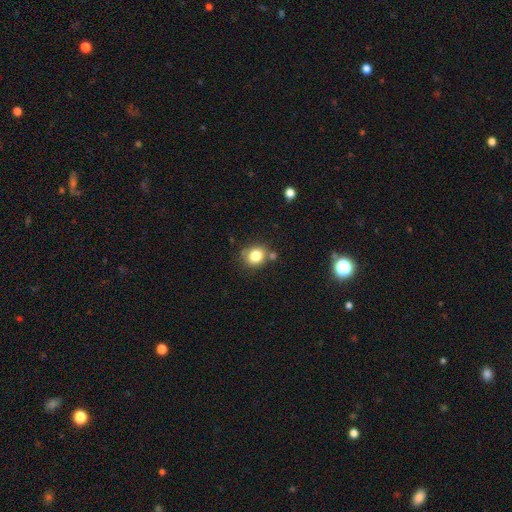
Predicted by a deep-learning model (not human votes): This appears to be a smooth galaxy with no disk features (81%) that is round (72%). Merging: none (70%).